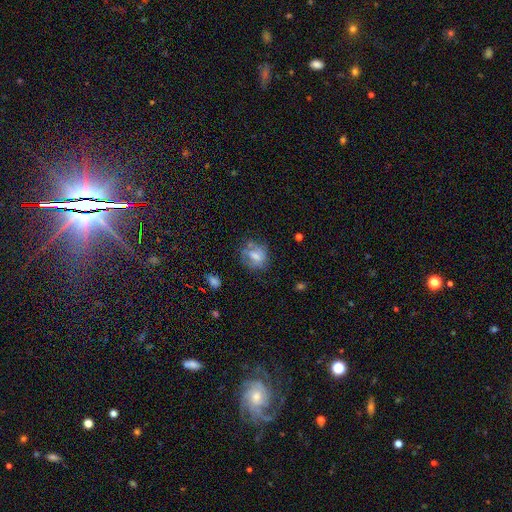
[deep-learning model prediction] Smooth or featured?
  - smooth: 51% *
  - featured or disk: 36%
  - star or artifact: 12%
How rounded?
  - round: 54% *
  - in between: 44%
  - cigar-shaped: 2%
Merging?
  - none: 51% *
  - minor disturbance: 25%
  - major disturbance: 18%
  - merger: 6%